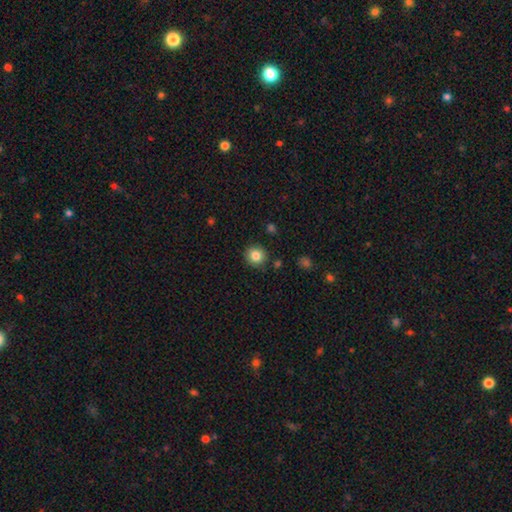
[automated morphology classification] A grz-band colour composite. It shows a smooth galaxy with no disk features (84%) that is round (91%). Merging: none (89%).